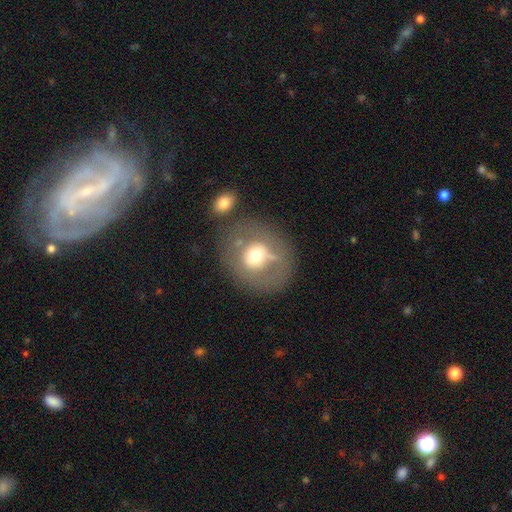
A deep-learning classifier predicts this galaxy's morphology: This is possibly a smooth galaxy (51%). How rounded: likely round (71%). Merging: likely none (65%).